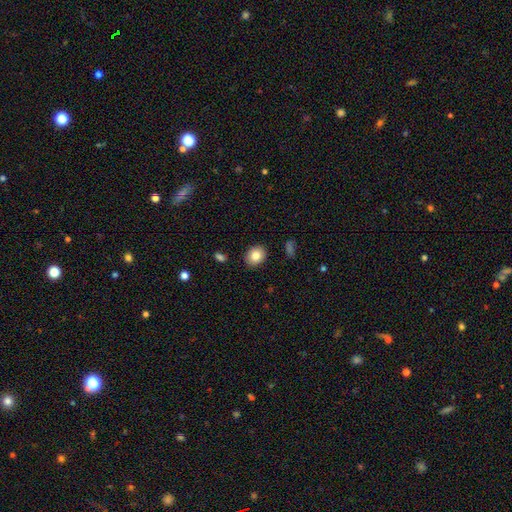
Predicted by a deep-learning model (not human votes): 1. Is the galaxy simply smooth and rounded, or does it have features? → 83% smooth, 8% star or artifact, 8% featured or disk.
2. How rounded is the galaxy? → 52% round, 47% in between, 1% cigar-shaped.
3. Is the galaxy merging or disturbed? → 89% none, 8% minor disturbance, 2% major disturbance, 1% merger.